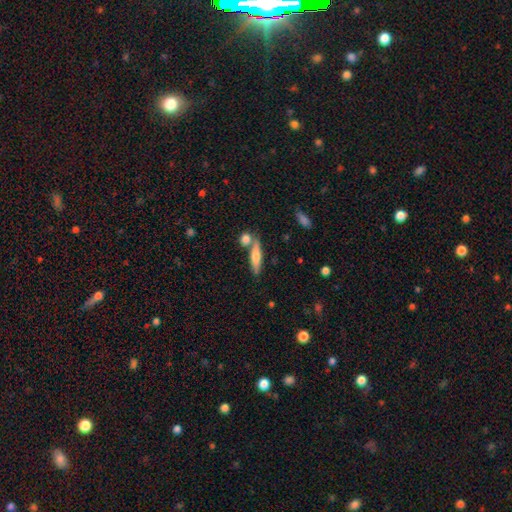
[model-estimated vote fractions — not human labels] smooth-or-featured: smooth: 61% | featured or disk: 33% | star or artifact: 6%
  how-rounded: cigar-shaped: 74% | in between: 23% | round: 3%
  merging: none: 66% | merger: 20% | minor disturbance: 11% | major disturbance: 3%